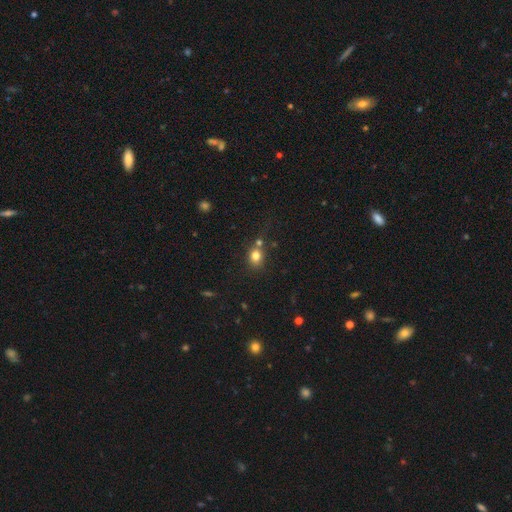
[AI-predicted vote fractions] Smooth or featured? smooth (79%)
How rounded? round (61%)
Merging? none (63%)